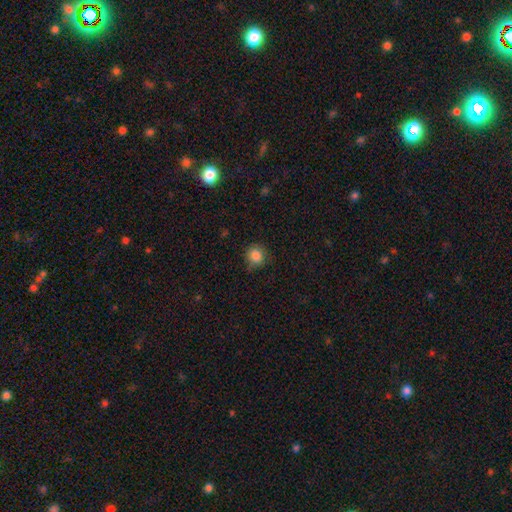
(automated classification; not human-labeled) A smooth galaxy with no disk features (84%) that is round (89%). Merging: none (81%).